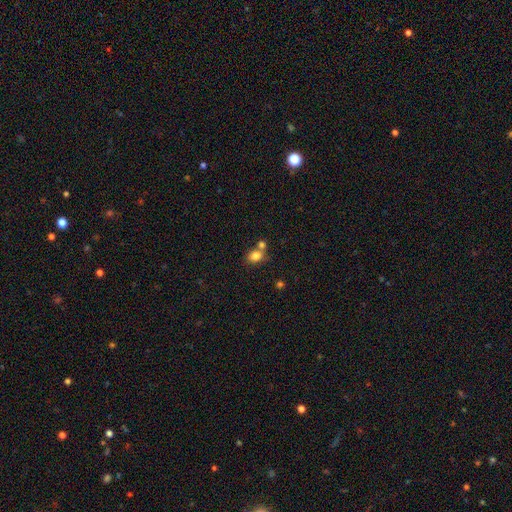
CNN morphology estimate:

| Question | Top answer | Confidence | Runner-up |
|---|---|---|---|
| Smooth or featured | smooth | 81% | star or artifact (11%) |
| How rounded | in between | 56% | round (43%) |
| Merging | none | 51% | merger (34%) |